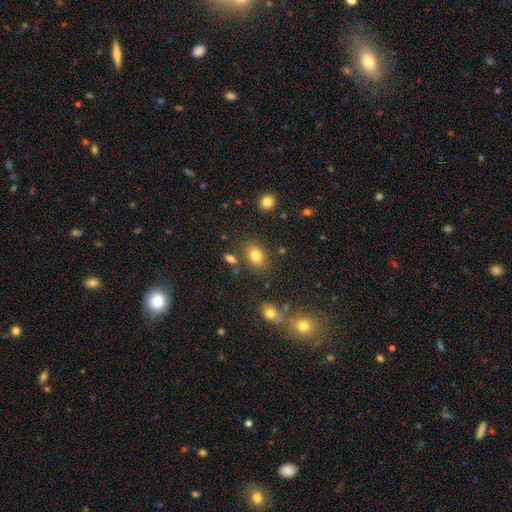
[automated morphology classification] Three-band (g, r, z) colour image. It shows a smooth galaxy with no disk features (80%) that is in between round and cigar-shaped (77%). Merging: none (78%).